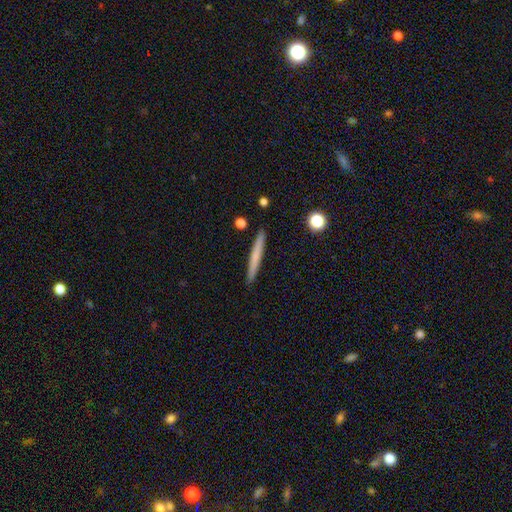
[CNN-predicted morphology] Q: Smooth or featured?
A: smooth (62%); runner-up: featured or disk (32%)
Q: How rounded?
A: cigar-shaped (97%); runner-up: in between (2%)
Q: Merging?
A: none (91%); runner-up: minor disturbance (6%)